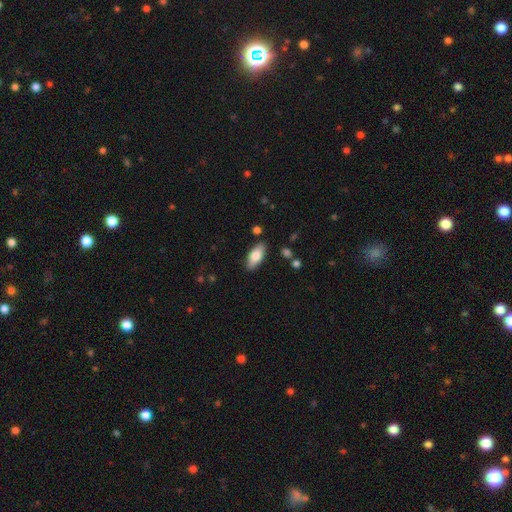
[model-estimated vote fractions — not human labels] smooth 79%, featured or disk 15%, star or artifact 6%. Down the decision tree: how rounded — in between (85%); merging — none (86%).